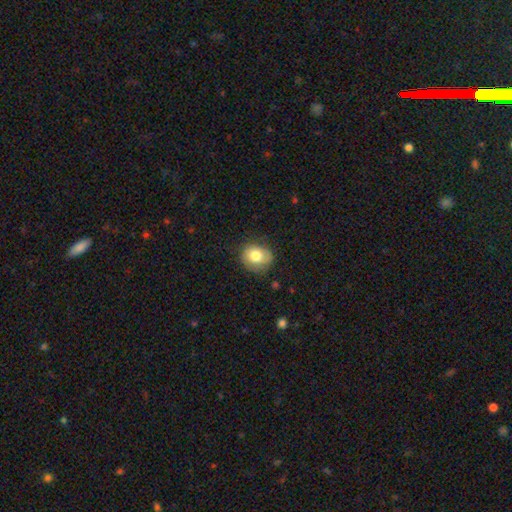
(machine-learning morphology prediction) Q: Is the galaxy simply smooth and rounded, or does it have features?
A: smooth — 78%.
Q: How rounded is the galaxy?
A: round — 67%.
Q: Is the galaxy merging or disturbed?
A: none — 72%.